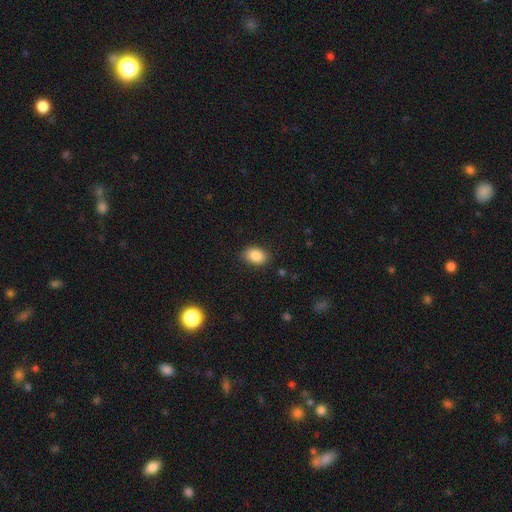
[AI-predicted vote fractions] smooth_or_featured: smooth (p=0.86) [alt: star or artifact p=0.08]
how_rounded: in between (p=0.80) [alt: round p=0.19]
merging: none (p=0.86) [alt: minor disturbance p=0.10]